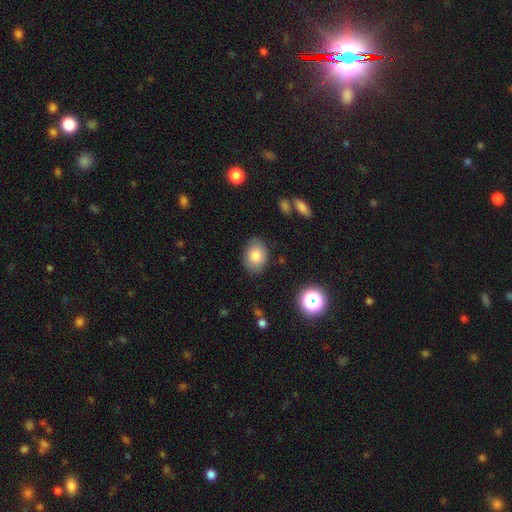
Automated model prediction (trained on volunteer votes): Smooth or featured? Predicted: smooth (p=0.80). How rounded? Predicted: in between (p=0.70). Merging? Predicted: none (p=0.78).